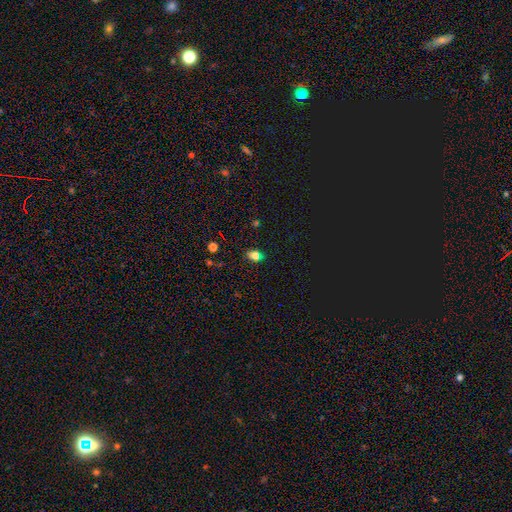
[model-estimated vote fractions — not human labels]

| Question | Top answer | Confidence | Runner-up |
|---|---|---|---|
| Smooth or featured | smooth | 70% | star or artifact (22%) |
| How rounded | in between | 71% | round (25%) |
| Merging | none | 78% | minor disturbance (15%) |